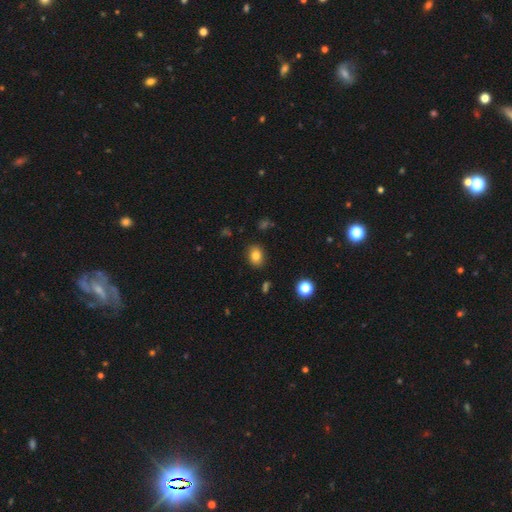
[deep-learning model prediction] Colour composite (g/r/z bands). It shows a smooth galaxy with no disk features (81%) that is in between round and cigar-shaped (65%). Merging: none (86%).